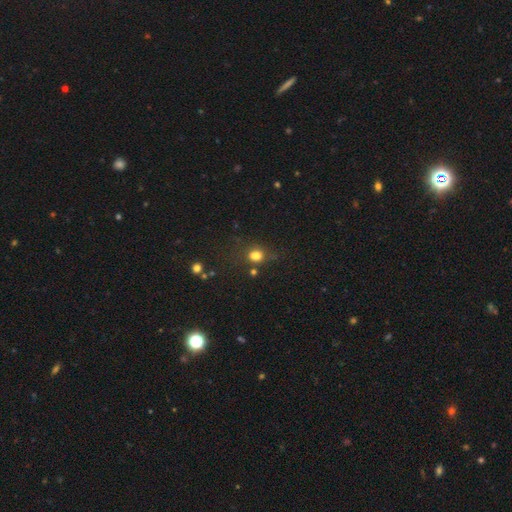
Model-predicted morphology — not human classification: Smooth or featured: smooth — 77% (star or artifact — 16%)
How rounded: round — 64% (in between — 34%)
Merging: none — 64% (minor disturbance — 18%)